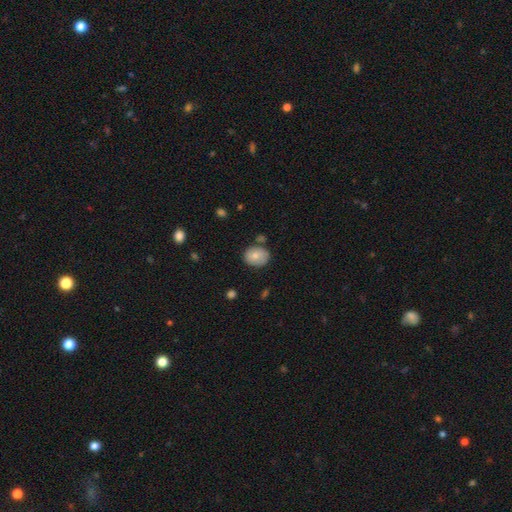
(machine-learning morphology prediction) Q: Smooth or featured?
A: smooth (76%); runner-up: featured or disk (16%)
Q: How rounded?
A: round (57%); runner-up: in between (42%)
Q: Merging?
A: none (72%); runner-up: minor disturbance (18%)